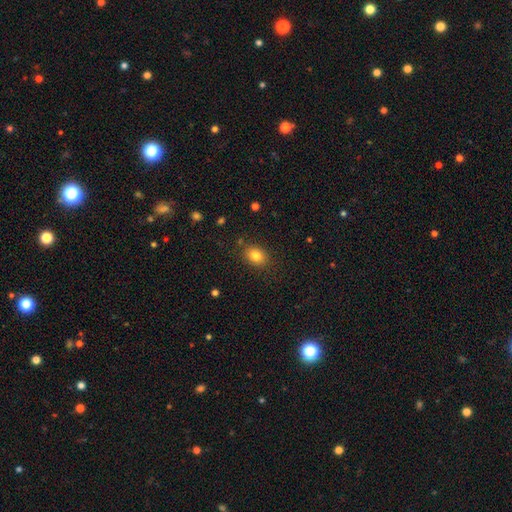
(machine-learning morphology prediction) Smooth or featured?
  - smooth: 81% *
  - star or artifact: 11%
  - featured or disk: 8%
How rounded?
  - in between: 56% *
  - round: 43%
  - cigar-shaped: 1%
Merging?
  - none: 85% *
  - minor disturbance: 10%
  - major disturbance: 3%
  - merger: 2%